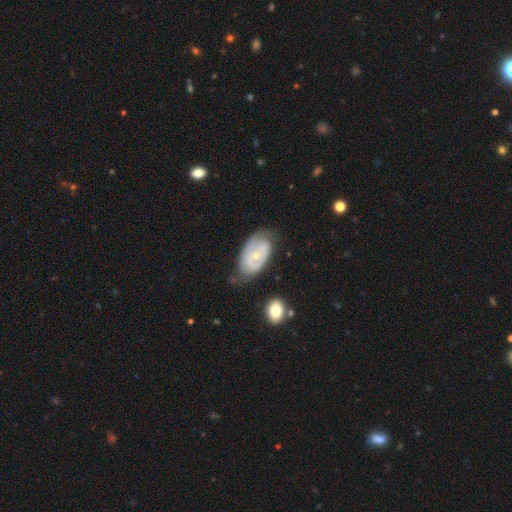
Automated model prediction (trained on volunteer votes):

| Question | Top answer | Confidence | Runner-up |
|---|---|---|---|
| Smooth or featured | featured or disk | 68% | smooth (25%) |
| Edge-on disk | no | 94% | yes (6%) |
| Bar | no | 67% | weak (26%) |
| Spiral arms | yes | 69% | no (31%) |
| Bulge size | small | 57% | moderate (40%) |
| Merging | none | 57% | minor disturbance (29%) |